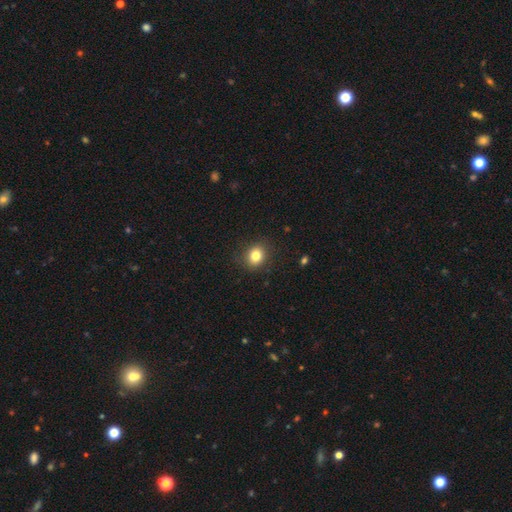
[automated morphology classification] Overall: smooth (83%). How rounded: round (62%; in between 37%). Merging: none (86%).